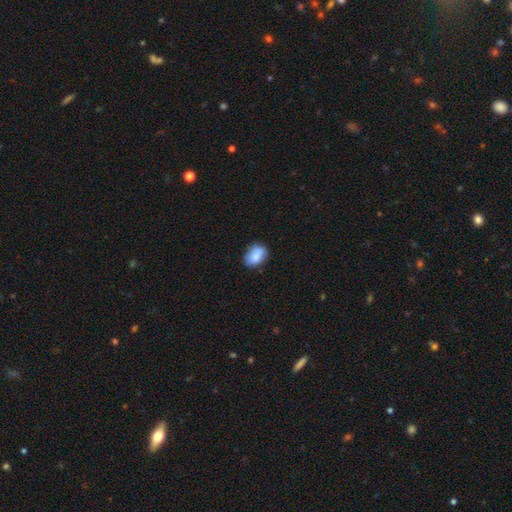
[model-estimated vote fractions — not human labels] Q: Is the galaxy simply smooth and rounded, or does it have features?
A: smooth — 83%.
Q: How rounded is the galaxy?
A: in between — 81%.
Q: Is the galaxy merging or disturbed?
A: none — 73%.